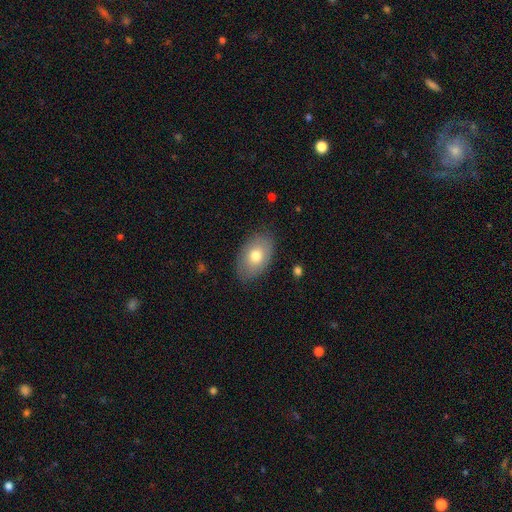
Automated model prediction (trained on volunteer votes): Smooth or featured: smooth — 72% (featured or disk — 20%)
How rounded: in between — 88% (round — 11%)
Merging: none — 83% (minor disturbance — 13%)